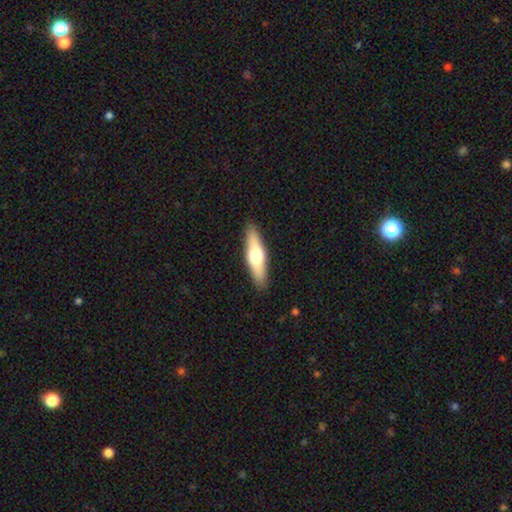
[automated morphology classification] type=smooth (53%); roundness=cigar-shaped (66%); merging=none (89%).